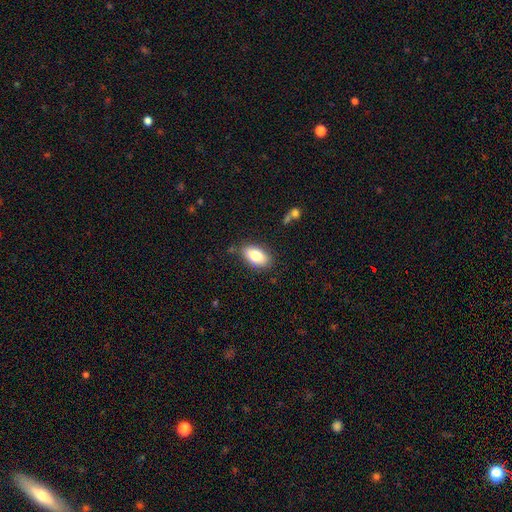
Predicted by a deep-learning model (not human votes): smooth_or_featured: smooth (p=0.80) [alt: featured or disk p=0.13]
how_rounded: in between (p=0.92) [alt: round p=0.05]
merging: none (p=0.81) [alt: minor disturbance p=0.13]